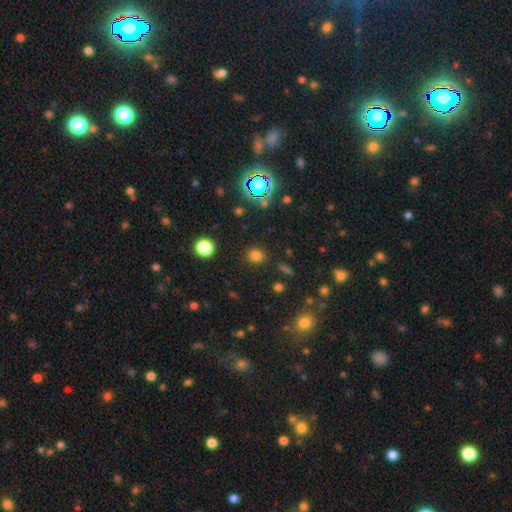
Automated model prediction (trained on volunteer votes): A smooth galaxy with no disk features (75%) that is round (76%).

Vote fractions:
- Smooth or featured? smooth: 75% / star or artifact: 19% / featured or disk: 5%
- How rounded? round: 76% / in between: 22% / cigar-shaped: 1%
- Merging? none: 86% / minor disturbance: 8% / major disturbance: 3% / merger: 2%